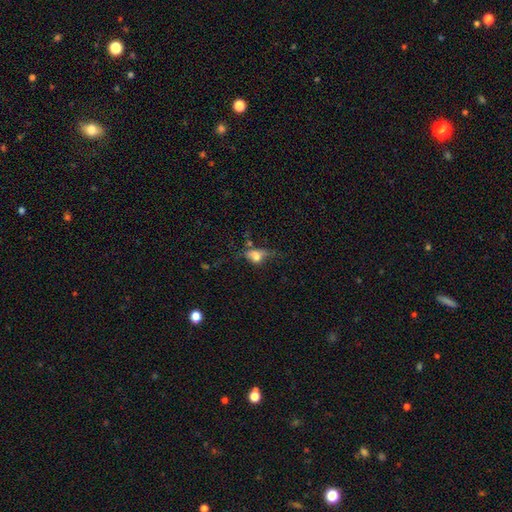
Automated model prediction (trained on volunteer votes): The model was most divided on "merging": major disturbance: 35%, none: 31%, minor disturbance: 24%, merger: 10%. More confident: how rounded — in between (71%); smooth or featured — smooth (59%).